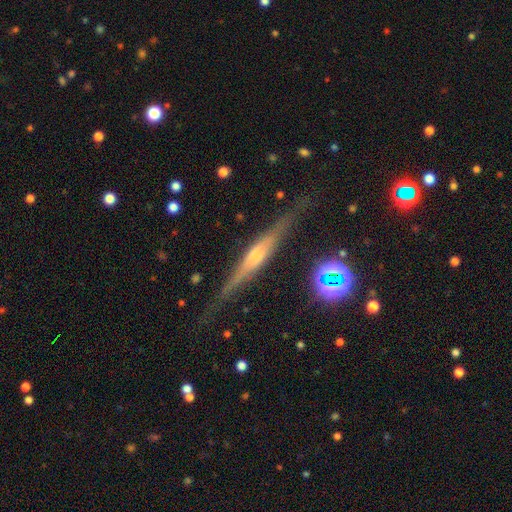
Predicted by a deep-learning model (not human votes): Smooth or featured? Predicted: featured or disk (p=0.72). Edge-on disk? Predicted: yes (p=0.96). Edge-on bulge? Predicted: rounded (p=0.66). Merging? Predicted: none (p=0.79).